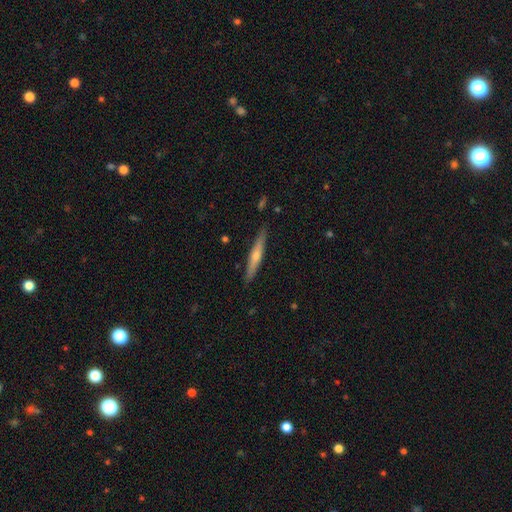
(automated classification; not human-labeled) Morphology: type=featured or disk (56%); edge-on=yes (96%); edge-on bulge=rounded (76%); merging=none (89%).